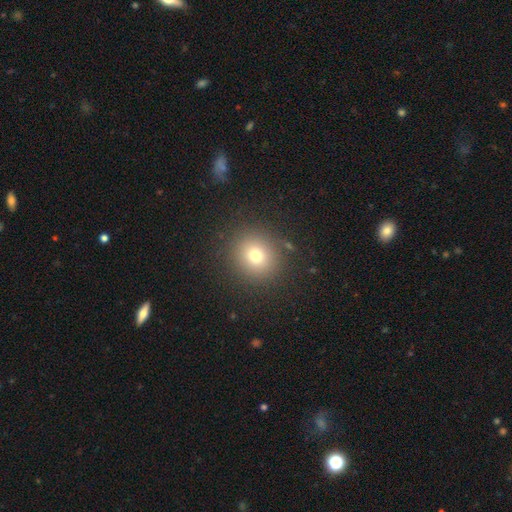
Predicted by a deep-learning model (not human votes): A smooth galaxy with no disk features (74%) that is round (89%).

Vote fractions:
- Smooth or featured? smooth: 74% / star or artifact: 16% / featured or disk: 10%
- How rounded? round: 89% / in between: 10% / cigar-shaped: 1%
- Merging? none: 88% / minor disturbance: 7% / major disturbance: 3% / merger: 2%